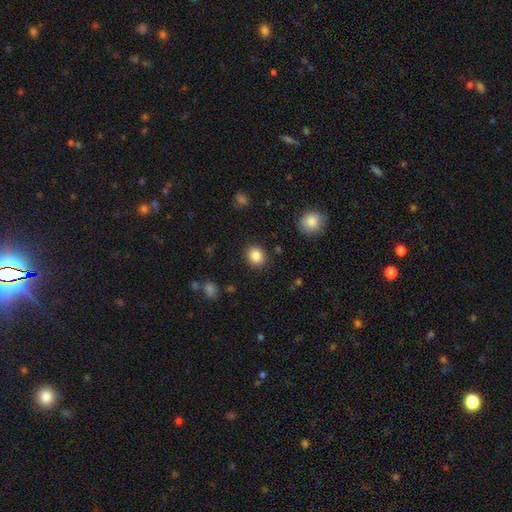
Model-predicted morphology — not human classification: Smooth or featured?
  - smooth: 86% *
  - star or artifact: 9%
  - featured or disk: 5%
How rounded?
  - round: 76% *
  - in between: 24%
  - cigar-shaped: 1%
Merging?
  - none: 88% *
  - minor disturbance: 8%
  - major disturbance: 3%
  - merger: 1%